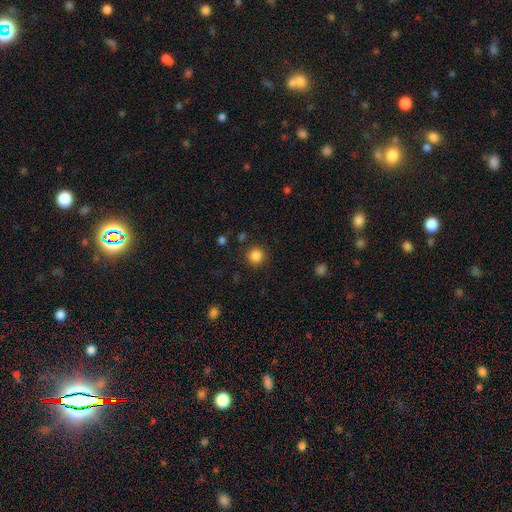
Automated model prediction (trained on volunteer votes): Smooth or featured: smooth — 86% (star or artifact — 11%)
How rounded: round — 93% (in between — 6%)
Merging: none — 88% (minor disturbance — 7%)